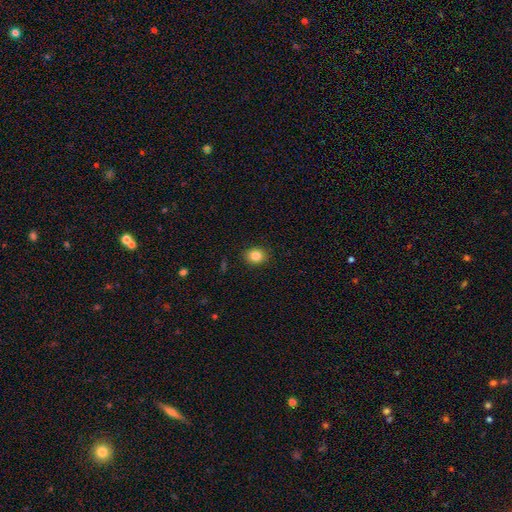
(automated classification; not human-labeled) Smooth or featured? Predicted: smooth (p=0.84). How rounded? Predicted: round (p=0.65). Merging? Predicted: none (p=0.90).